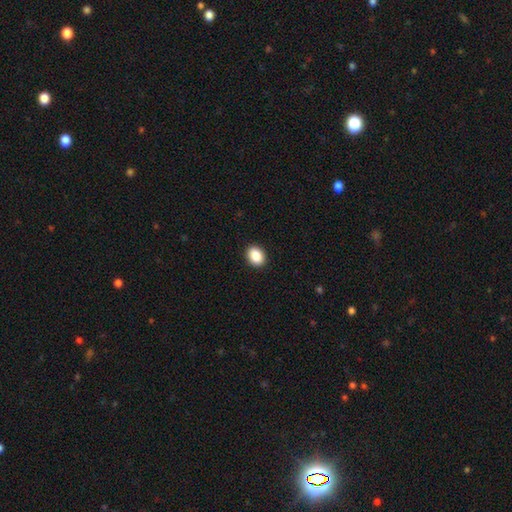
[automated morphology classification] A smooth galaxy with no disk features (88%) that is in between round and cigar-shaped (66%). Merging: none (92%).